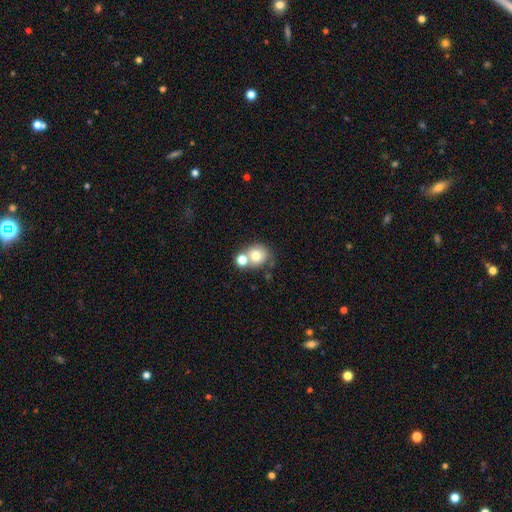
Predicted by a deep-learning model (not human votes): A smooth galaxy with no disk features (72%) that is round (77%).

Vote fractions:
- Smooth or featured? smooth: 72% / featured or disk: 17% / star or artifact: 11%
- How rounded? round: 77% / in between: 23% / cigar-shaped: 1%
- Merging? none: 45% / merger: 42% / minor disturbance: 9% / major disturbance: 4%